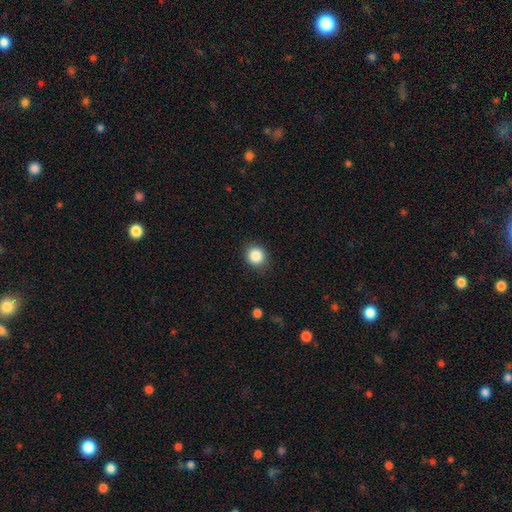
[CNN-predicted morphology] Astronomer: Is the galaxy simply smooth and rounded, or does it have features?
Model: smooth — 86%.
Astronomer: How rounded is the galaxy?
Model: round — 86%.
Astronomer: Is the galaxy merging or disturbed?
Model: none — 88%.